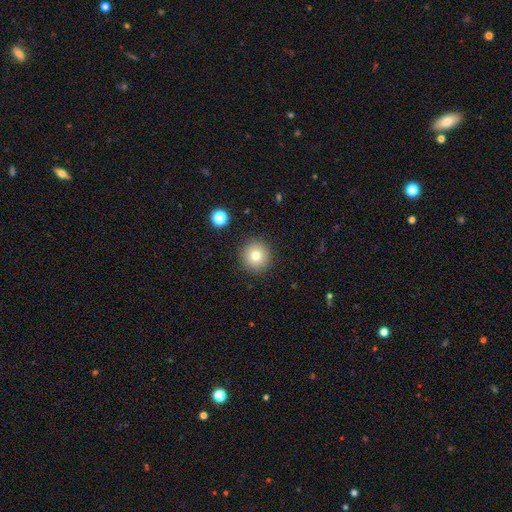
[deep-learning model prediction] Smooth or featured: smooth — 77% (star or artifact — 12%)
How rounded: round — 96% (in between — 3%)
Merging: none — 90% (minor disturbance — 6%)